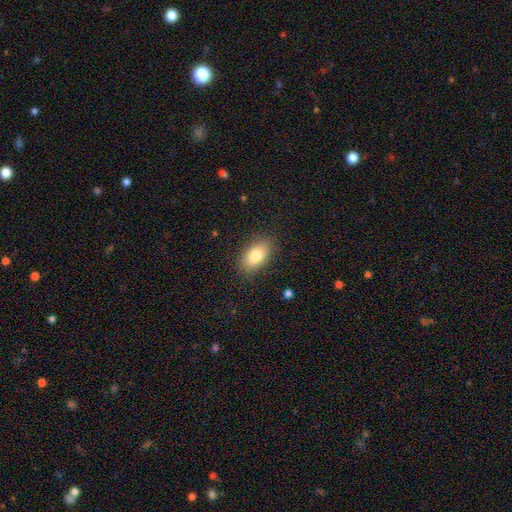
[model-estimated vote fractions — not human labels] Morphology: type=smooth (82%); roundness=in between (91%); merging=none (86%).